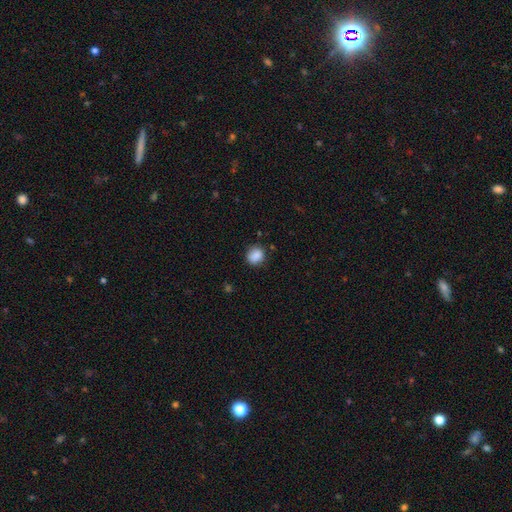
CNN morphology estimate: A smooth galaxy with no disk features (87%) that is round (72%). Merging: none (80%).